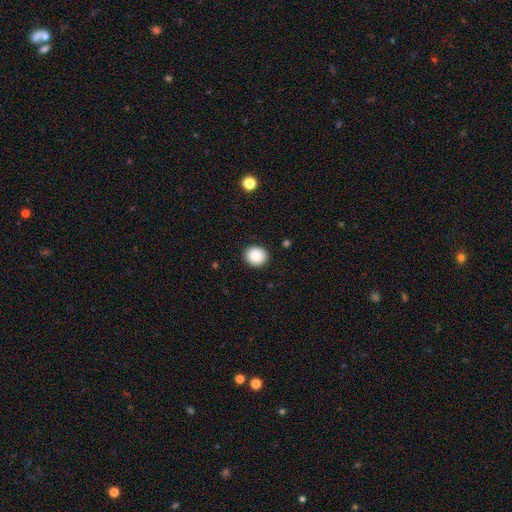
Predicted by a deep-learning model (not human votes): Smooth or featured?
  - smooth: 87% *
  - star or artifact: 9%
  - featured or disk: 4%
How rounded?
  - round: 83% *
  - in between: 16%
  - cigar-shaped: 1%
Merging?
  - none: 91% *
  - minor disturbance: 6%
  - major disturbance: 2%
  - merger: 1%